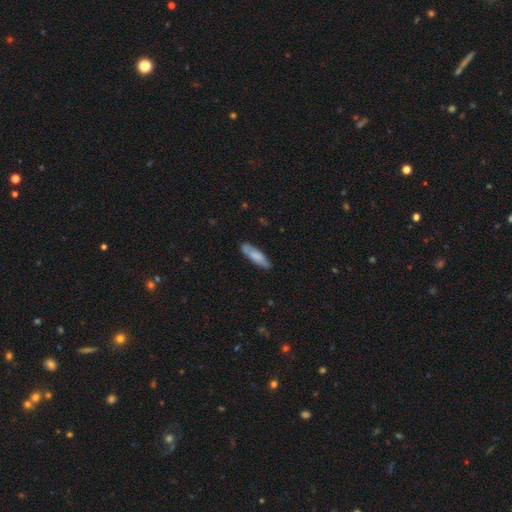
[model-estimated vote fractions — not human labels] Smooth or featured: smooth — 74% (featured or disk — 20%)
How rounded: cigar-shaped — 60% (in between — 38%)
Merging: none — 76% (minor disturbance — 18%)